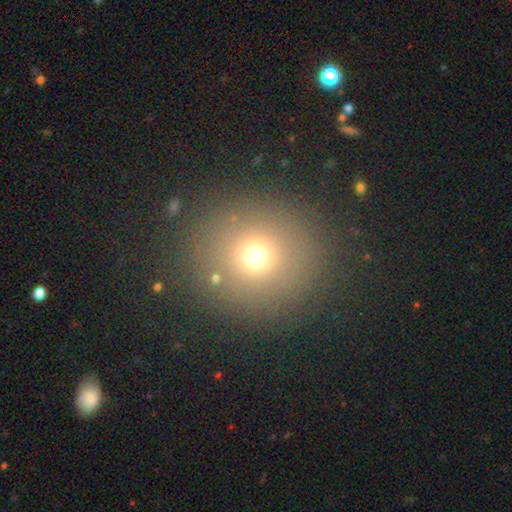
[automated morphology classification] Q: Smooth or featured?
A: smooth (69%); runner-up: star or artifact (20%)
Q: How rounded?
A: round (89%); runner-up: in between (10%)
Q: Merging?
A: none (87%); runner-up: minor disturbance (7%)